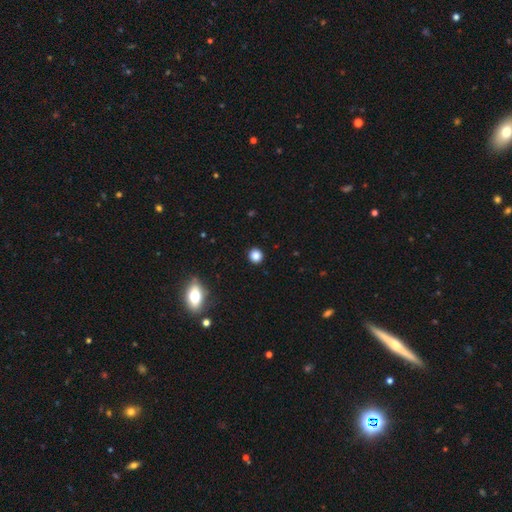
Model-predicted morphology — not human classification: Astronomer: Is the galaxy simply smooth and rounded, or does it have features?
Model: smooth — 85%.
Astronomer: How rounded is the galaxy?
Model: round — 92%.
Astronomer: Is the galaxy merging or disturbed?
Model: none — 92%.